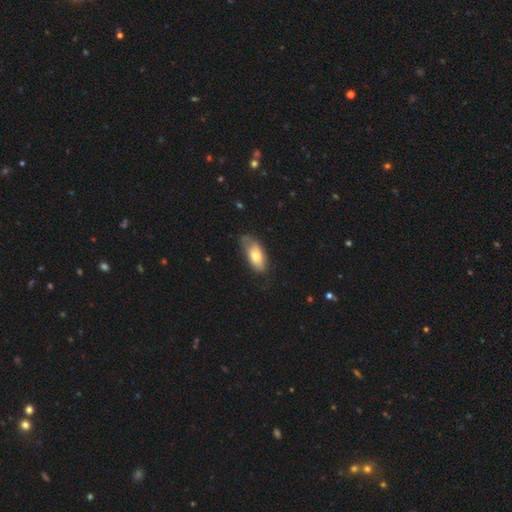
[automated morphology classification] A smooth galaxy with no disk features (70%) that is in between round and cigar-shaped (87%). Merging: none (58%).